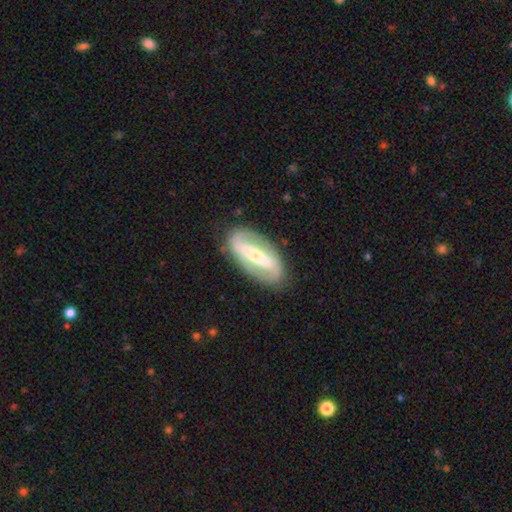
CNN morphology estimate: Smooth or featured?
  - featured or disk: 77% *
  - smooth: 18%
  - star or artifact: 5%
Edge-on disk?
  - no: 89% *
  - yes: 11%
Bar?
  - strong: 72% *
  - weak: 18%
  - no: 10%
Spiral arms?
  - yes: 71% *
  - no: 29%
Bulge size?
  - small: 50% *
  - moderate: 43%
  - large: 4%
  - none: 2%
  - dominant: 1%
Merging?
  - none: 84% *
  - minor disturbance: 11%
  - major disturbance: 4%
  - merger: 1%